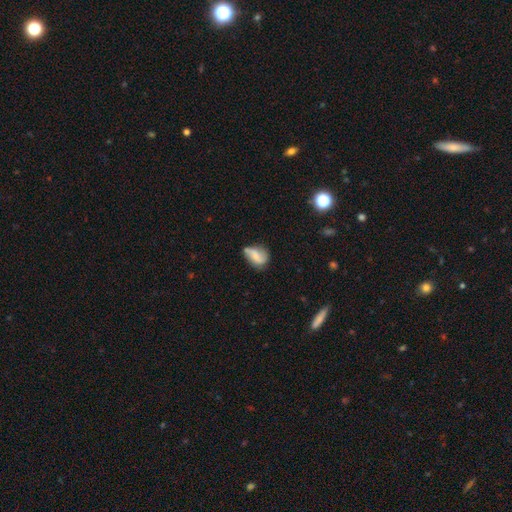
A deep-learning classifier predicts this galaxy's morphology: Smooth or featured: smooth — 50% (featured or disk — 41%)
Merging: none — 46% (minor disturbance — 32%)